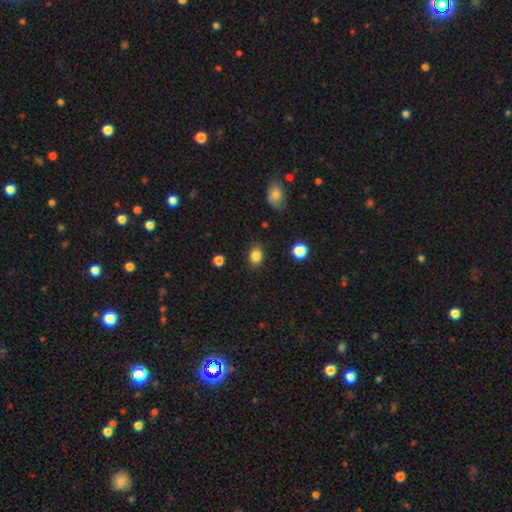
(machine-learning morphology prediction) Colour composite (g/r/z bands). It shows a smooth galaxy with no disk features (85%) that is in between round and cigar-shaped (64%). Merging: none (85%).